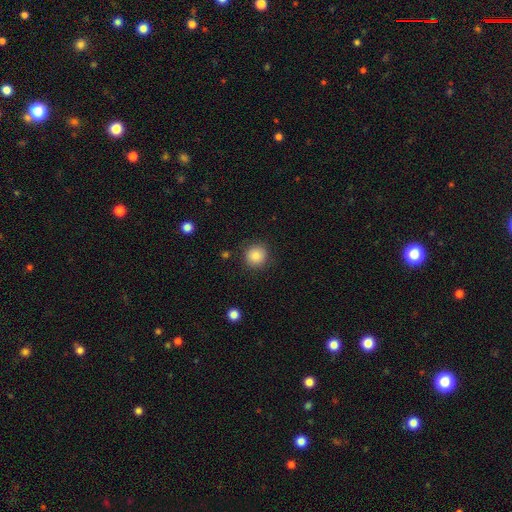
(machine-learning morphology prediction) Q: Smooth or featured?
A: smooth (86%); runner-up: star or artifact (9%)
Q: How rounded?
A: round (92%); runner-up: in between (7%)
Q: Merging?
A: none (87%); runner-up: minor disturbance (8%)